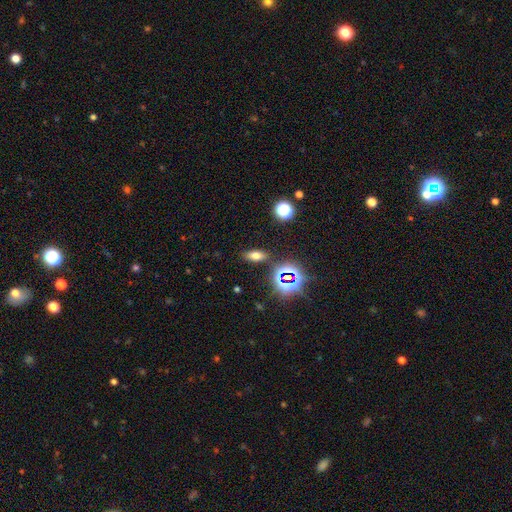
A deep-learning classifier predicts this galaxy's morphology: Smooth or featured?
  - smooth: 62% *
  - star or artifact: 26%
  - featured or disk: 12%
How rounded?
  - in between: 77% *
  - cigar-shaped: 14%
  - round: 10%
Merging?
  - none: 86% *
  - minor disturbance: 8%
  - major disturbance: 3%
  - merger: 3%